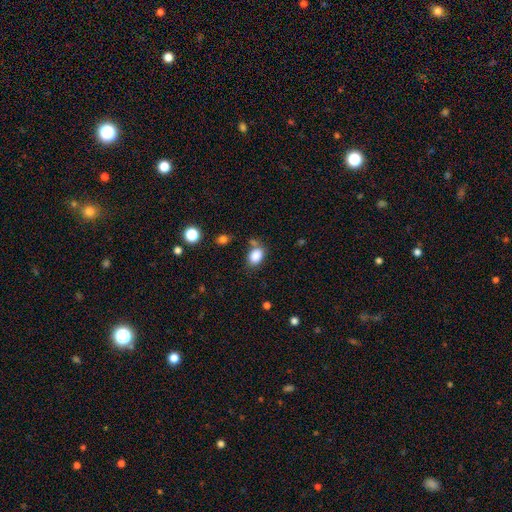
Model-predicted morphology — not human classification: smooth_or_featured: smooth (p=0.85) [alt: star or artifact p=0.09]
how_rounded: in between (p=0.79) [alt: round p=0.19]
merging: none (p=0.64) [alt: minor disturbance p=0.19]